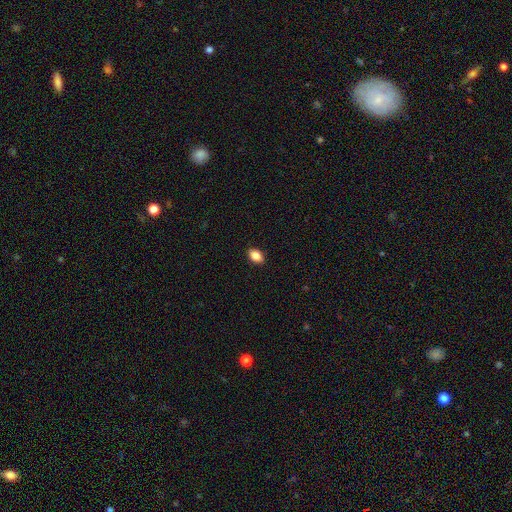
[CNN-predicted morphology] A smooth galaxy with no disk features (87%) that is in between round and cigar-shaped (84%). Merging: none (89%).